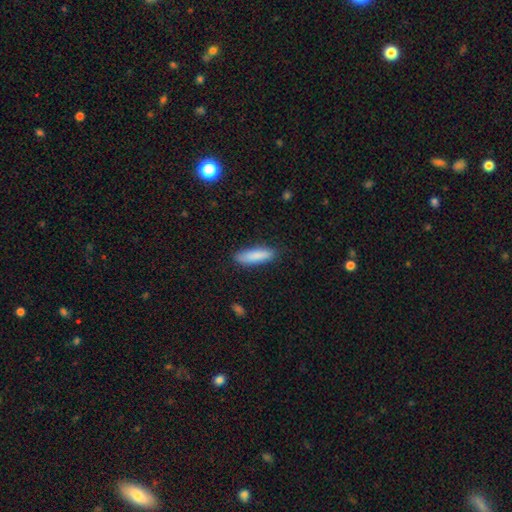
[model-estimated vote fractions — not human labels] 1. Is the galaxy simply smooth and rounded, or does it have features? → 86% smooth, 8% featured or disk, 6% star or artifact.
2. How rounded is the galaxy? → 61% cigar-shaped, 37% in between, 2% round.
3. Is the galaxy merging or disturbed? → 85% none, 12% minor disturbance, 2% major disturbance, 1% merger.